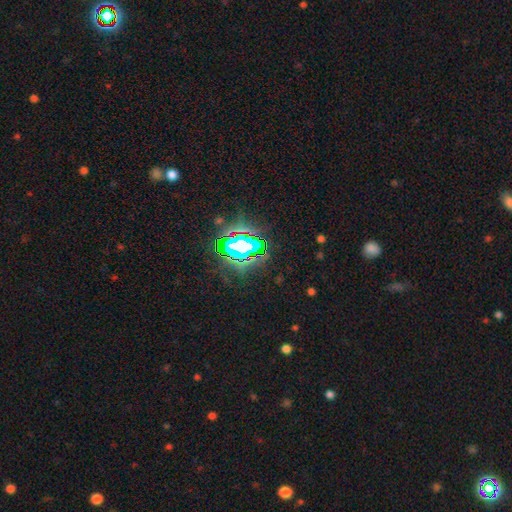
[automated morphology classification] star or artifact 81%, smooth 12%, featured or disk 7%.